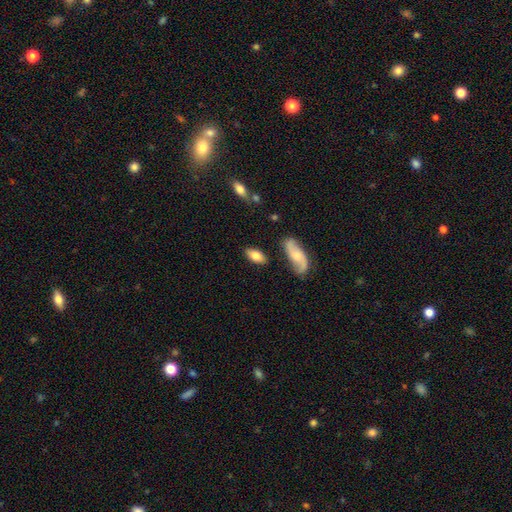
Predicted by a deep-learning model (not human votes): A smooth galaxy with no disk features (76%) that is in between round and cigar-shaped (90%). Merging: none (82%).